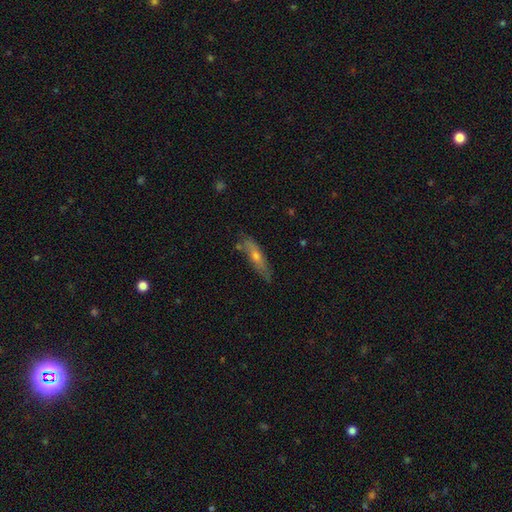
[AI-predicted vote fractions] Morphology: type=featured or disk (48%); merging=none (74%).